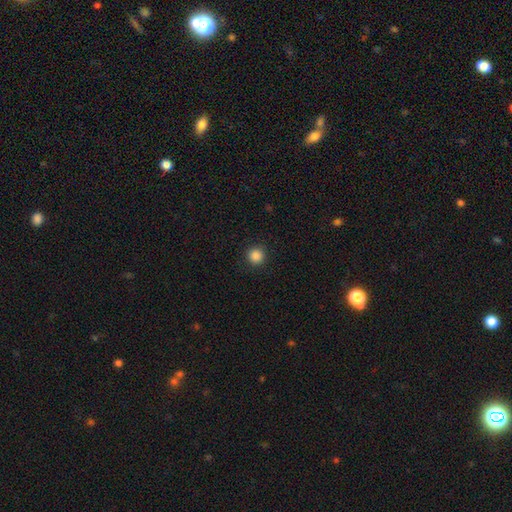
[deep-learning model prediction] A smooth galaxy with no disk features (86%) that is round (95%). Merging: none (92%).